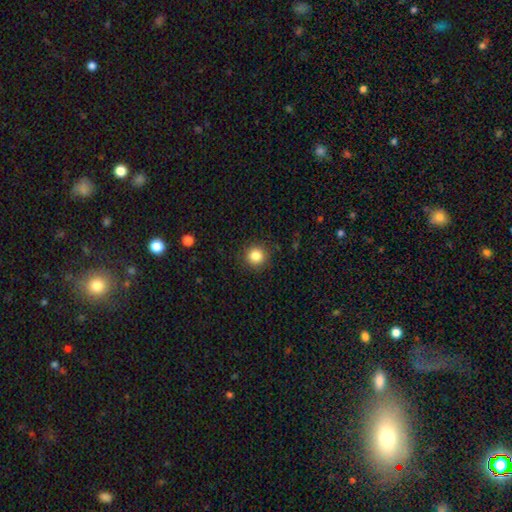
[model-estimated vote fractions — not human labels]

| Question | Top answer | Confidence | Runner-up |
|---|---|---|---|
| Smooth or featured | smooth | 85% | star or artifact (11%) |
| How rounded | round | 95% | in between (4%) |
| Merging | none | 90% | minor disturbance (7%) |